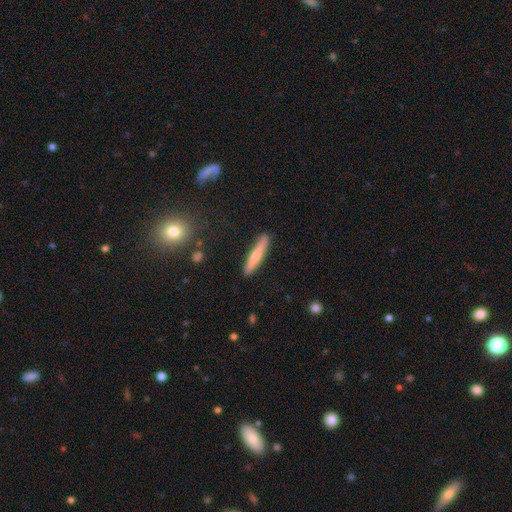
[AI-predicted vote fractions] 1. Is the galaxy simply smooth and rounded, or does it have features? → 65% smooth, 29% featured or disk, 6% star or artifact.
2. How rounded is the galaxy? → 93% cigar-shaped, 6% in between, 1% round.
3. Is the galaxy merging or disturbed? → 88% none, 9% minor disturbance, 2% major disturbance, 1% merger.